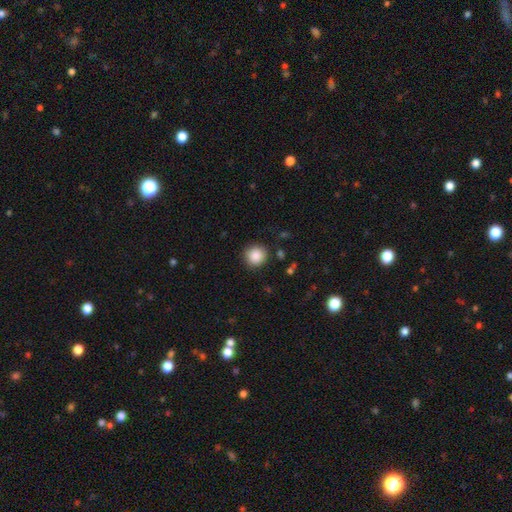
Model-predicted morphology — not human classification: Smooth or featured: smooth — 88% (star or artifact — 9%)
How rounded: round — 93% (in between — 6%)
Merging: none — 89% (minor disturbance — 7%)